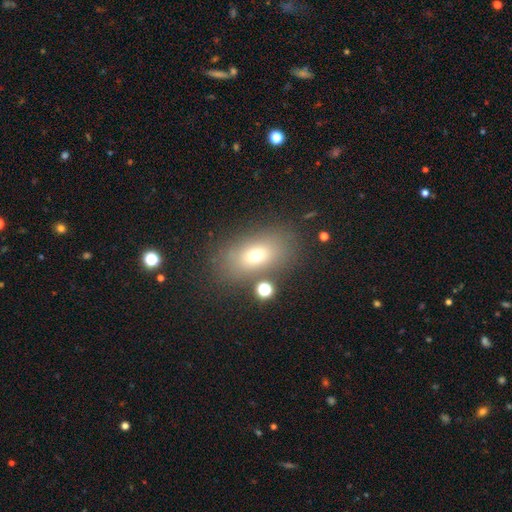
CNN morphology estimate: The model was most divided on "smooth or featured": smooth: 67%, featured or disk: 18%, star or artifact: 15%. More confident: how rounded — in between (81%); merging — none (76%).